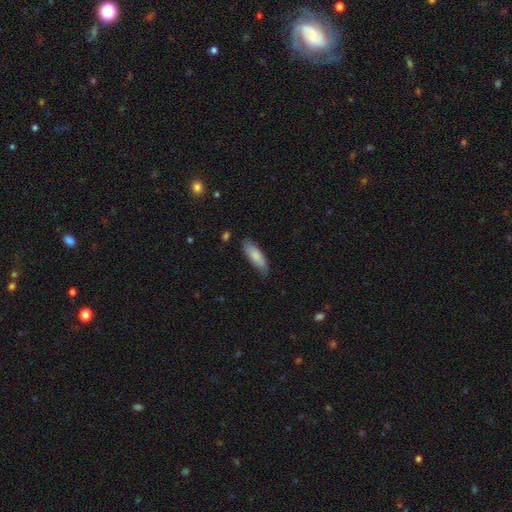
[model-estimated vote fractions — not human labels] The model was most divided on "how rounded": in between: 60%, cigar-shaped: 38%, round: 2%. More confident: smooth or featured — smooth (81%); merging — none (76%).